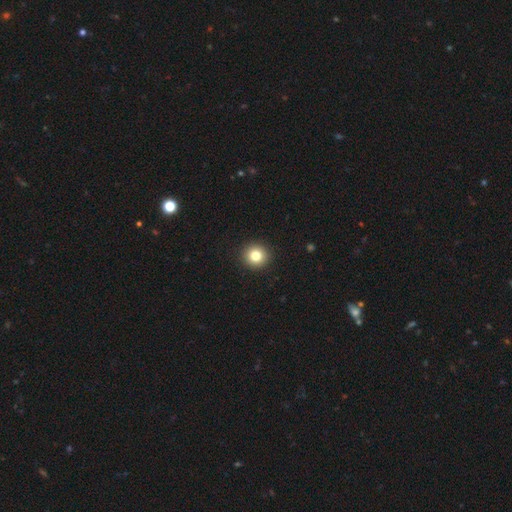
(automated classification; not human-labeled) smooth_or_featured: smooth (p=0.81) [alt: star or artifact p=0.11]
how_rounded: round (p=0.94) [alt: in between p=0.05]
merging: none (p=0.93) [alt: minor disturbance p=0.04]